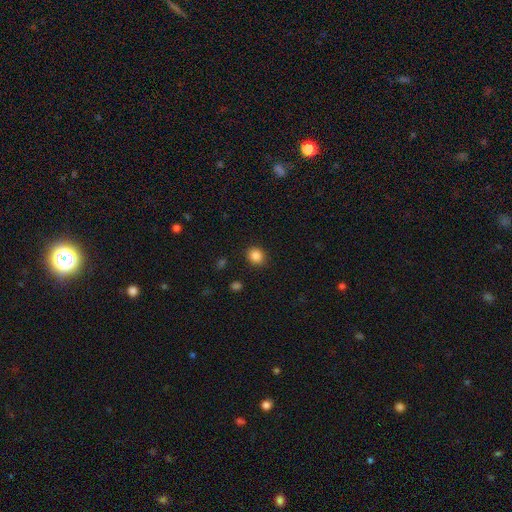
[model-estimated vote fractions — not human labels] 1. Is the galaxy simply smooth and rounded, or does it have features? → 86% smooth, 10% star or artifact, 4% featured or disk.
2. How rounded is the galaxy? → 79% round, 20% in between, 1% cigar-shaped.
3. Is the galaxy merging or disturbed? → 89% none, 7% minor disturbance, 2% major disturbance, 1% merger.